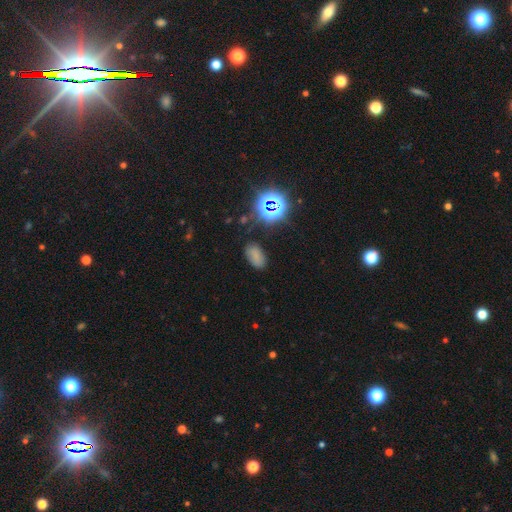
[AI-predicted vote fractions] Smooth or featured: smooth — 68% (star or artifact — 23%)
How rounded: in between — 91% (round — 7%)
Merging: none — 76% (minor disturbance — 16%)